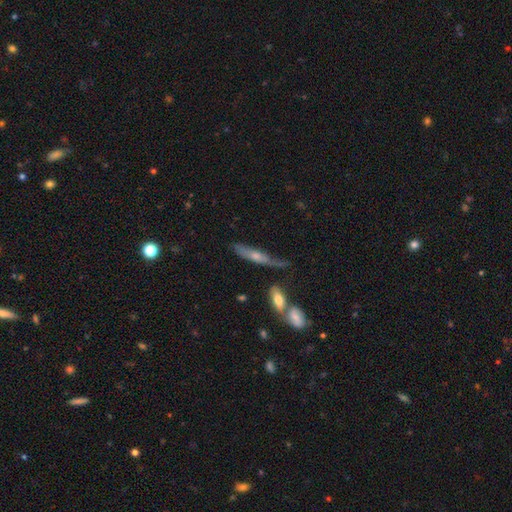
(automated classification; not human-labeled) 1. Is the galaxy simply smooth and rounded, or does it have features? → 53% featured or disk, 38% smooth, 9% star or artifact.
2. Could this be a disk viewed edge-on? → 75% yes, 25% no.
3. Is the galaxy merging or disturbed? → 50% none, 27% minor disturbance, 13% major disturbance, 9% merger.